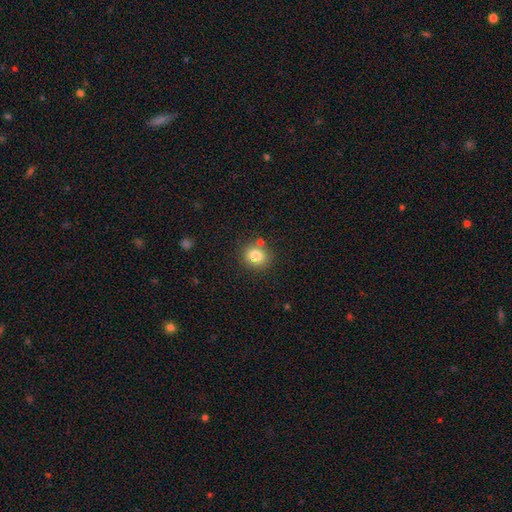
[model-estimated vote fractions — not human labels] smooth-or-featured: smooth: 81% | star or artifact: 11% | featured or disk: 8%
  how-rounded: round: 81% | in between: 18% | cigar-shaped: 1%
  merging: none: 76% | minor disturbance: 11% | merger: 10% | major disturbance: 3%